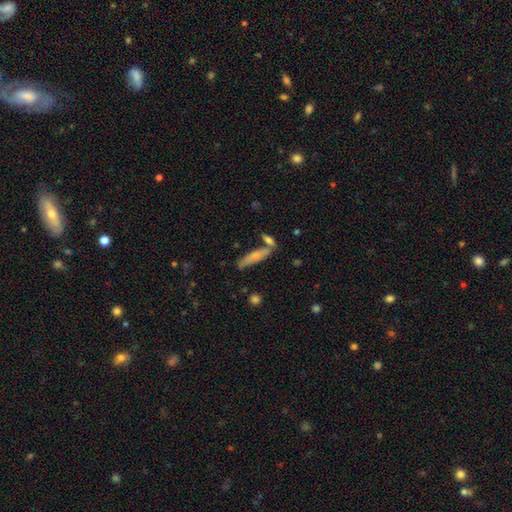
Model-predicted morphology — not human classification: A smooth galaxy with no disk features (63%) that is cigar-shaped (78%).

Vote fractions:
- Smooth or featured? smooth: 63% / featured or disk: 30% / star or artifact: 8%
- How rounded? cigar-shaped: 78% / in between: 20% / round: 2%
- Merging? none: 69% / merger: 15% / minor disturbance: 13% / major disturbance: 3%